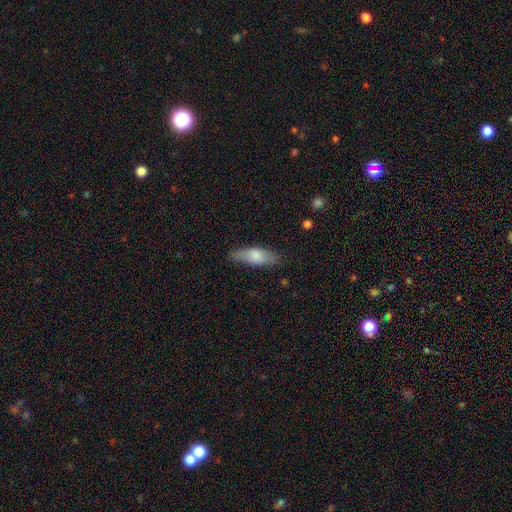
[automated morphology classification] smooth 73%, featured or disk 21%, star or artifact 6%. Down the decision tree: how rounded — in between (58%); merging — none (77%).